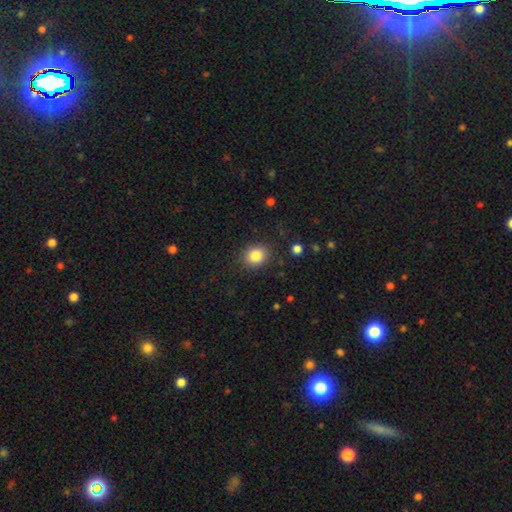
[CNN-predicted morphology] smooth_or_featured: smooth (p=0.84) [alt: star or artifact p=0.10]
how_rounded: round (p=0.66) [alt: in between p=0.33]
merging: none (p=0.87) [alt: minor disturbance p=0.09]